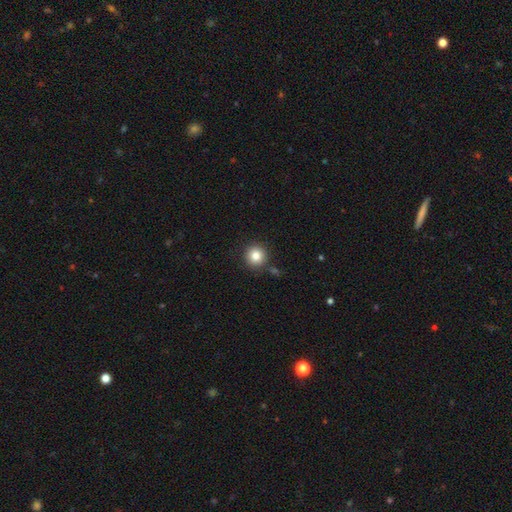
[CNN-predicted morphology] A smooth galaxy with no disk features (83%) that is round (93%). Merging: none (84%).